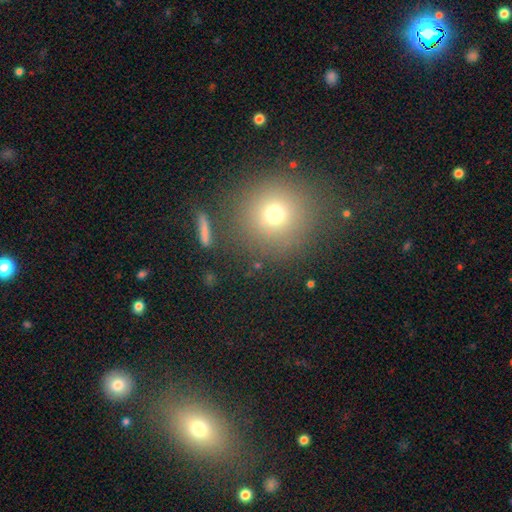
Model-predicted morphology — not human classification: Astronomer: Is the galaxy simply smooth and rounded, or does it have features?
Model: smooth — 61%.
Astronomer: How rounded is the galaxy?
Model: round — 87%.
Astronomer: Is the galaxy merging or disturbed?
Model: none — 82%.